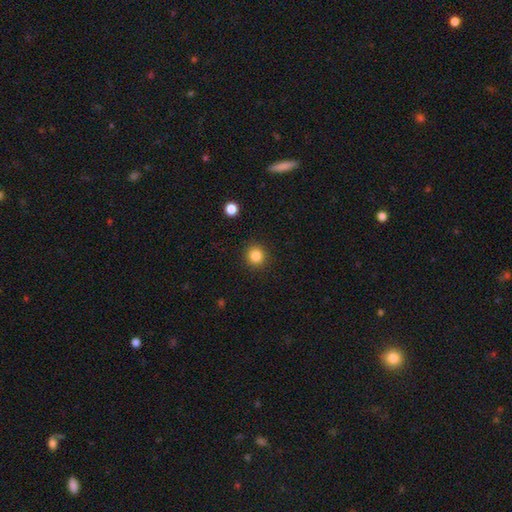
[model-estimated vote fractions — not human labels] Smooth or featured? Predicted: smooth (p=0.85). How rounded? Predicted: round (p=0.93). Merging? Predicted: none (p=0.91).